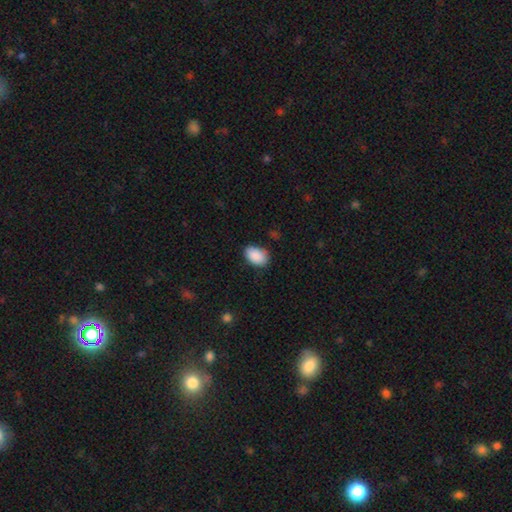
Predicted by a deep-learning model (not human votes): A smooth galaxy with no disk features (90%) that is in between round and cigar-shaped (87%).

Vote fractions:
- Smooth or featured? smooth: 90% / star or artifact: 7% / featured or disk: 3%
- How rounded? in between: 87% / round: 12% / cigar-shaped: 1%
- Merging? none: 78% / minor disturbance: 17% / major disturbance: 3% / merger: 1%